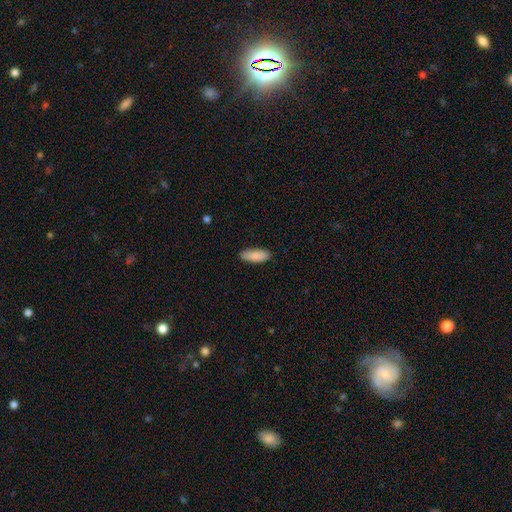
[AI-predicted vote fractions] Smooth or featured: smooth — 90% (star or artifact — 6%)
How rounded: in between — 73% (cigar-shaped — 26%)
Merging: none — 88% (minor disturbance — 10%)